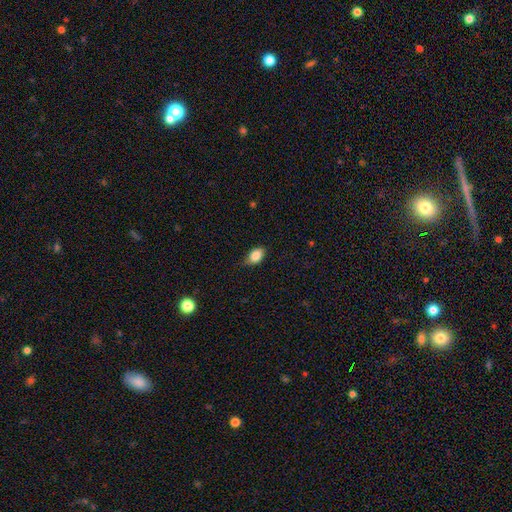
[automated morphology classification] smooth_or_featured: smooth (p=0.85) [alt: star or artifact p=0.08]
how_rounded: in between (p=0.86) [alt: round p=0.12]
merging: none (p=0.71) [alt: minor disturbance p=0.24]